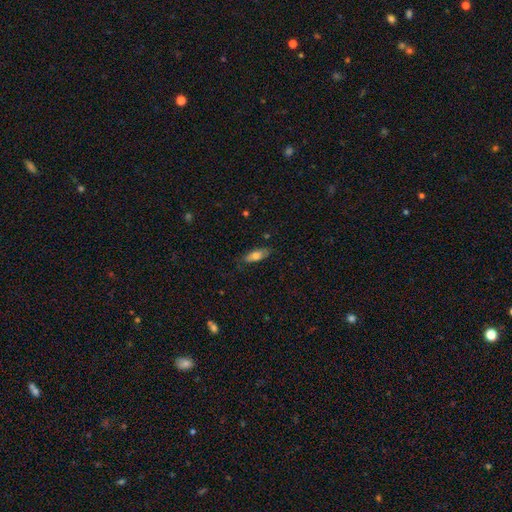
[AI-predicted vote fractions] This appears to be a smooth galaxy with no disk features (69%) that is in between round and cigar-shaped (74%). Merging: none (77%).